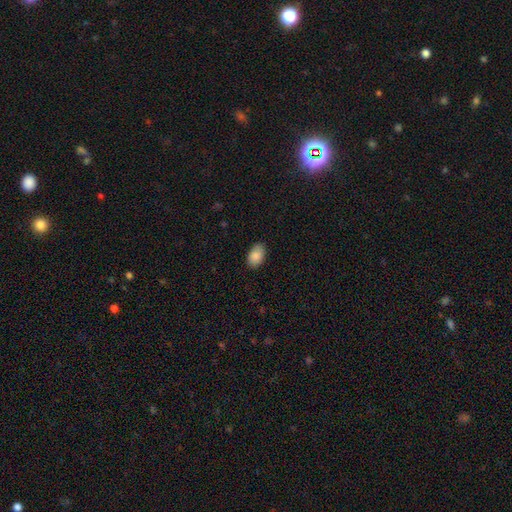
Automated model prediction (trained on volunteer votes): smooth_or_featured: smooth (p=0.89) [alt: star or artifact p=0.07]
how_rounded: in between (p=0.91) [alt: round p=0.07]
merging: none (p=0.86) [alt: minor disturbance p=0.11]